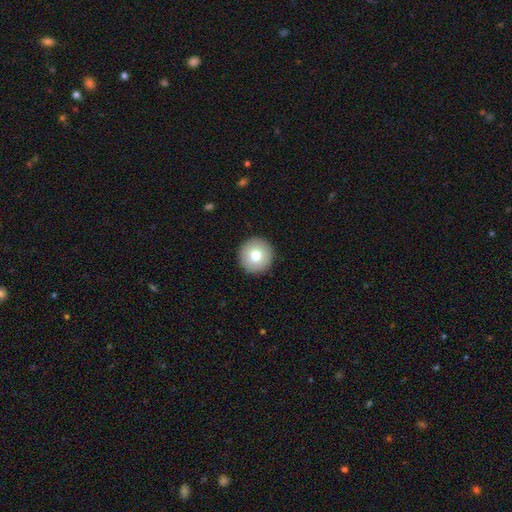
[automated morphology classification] Smooth or featured? Predicted: smooth (p=0.76). How rounded? Predicted: round (p=0.96). Merging? Predicted: none (p=0.93).